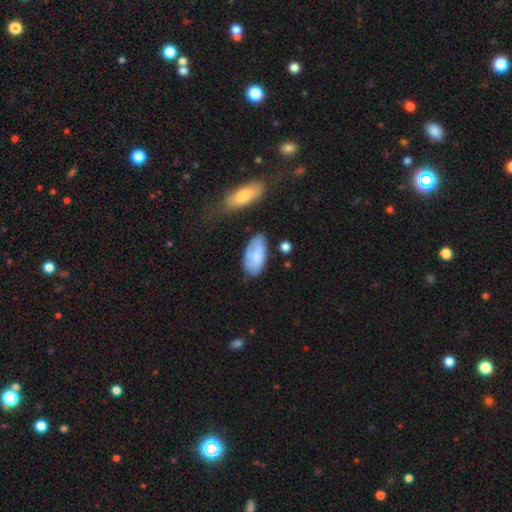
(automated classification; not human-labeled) Smooth or featured: smooth — 73% (featured or disk — 20%)
How rounded: in between — 93% (cigar-shaped — 4%)
Merging: none — 63% (minor disturbance — 25%)